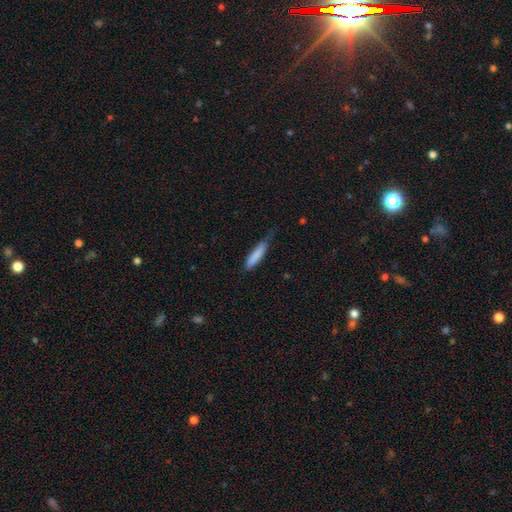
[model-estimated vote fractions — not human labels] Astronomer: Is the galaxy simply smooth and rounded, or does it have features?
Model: smooth — 81%.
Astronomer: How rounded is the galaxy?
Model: cigar-shaped — 81%.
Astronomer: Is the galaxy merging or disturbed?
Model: none — 50% (runner-up: minor disturbance, 38%).